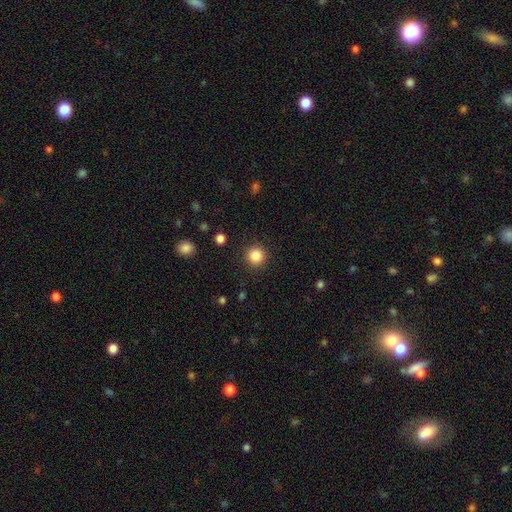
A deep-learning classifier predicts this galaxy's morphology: Smooth or featured: smooth — 86% (star or artifact — 11%)
How rounded: round — 95% (in between — 4%)
Merging: none — 91% (minor disturbance — 5%)